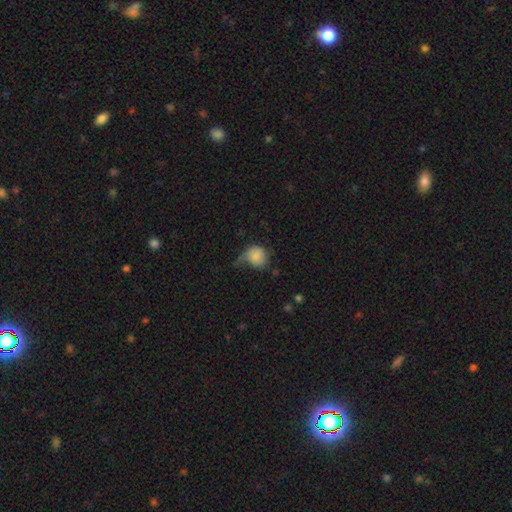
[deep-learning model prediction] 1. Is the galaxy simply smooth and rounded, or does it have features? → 77% smooth, 15% featured or disk, 8% star or artifact.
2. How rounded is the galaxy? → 71% round, 28% in between, 1% cigar-shaped.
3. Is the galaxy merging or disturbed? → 34% minor disturbance, 31% major disturbance, 30% none, 5% merger.